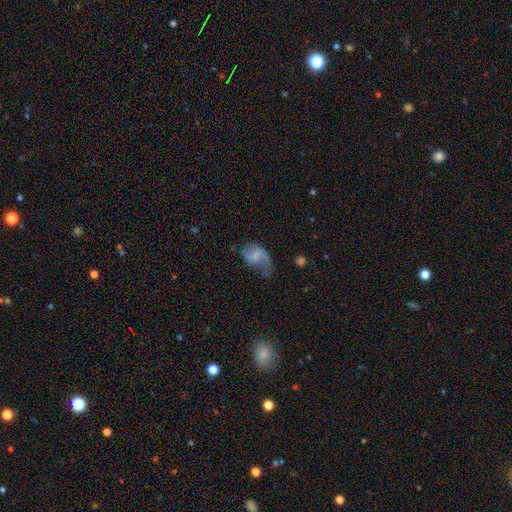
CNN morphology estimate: A featured or disk galaxy (49%). Merging: none (36%).